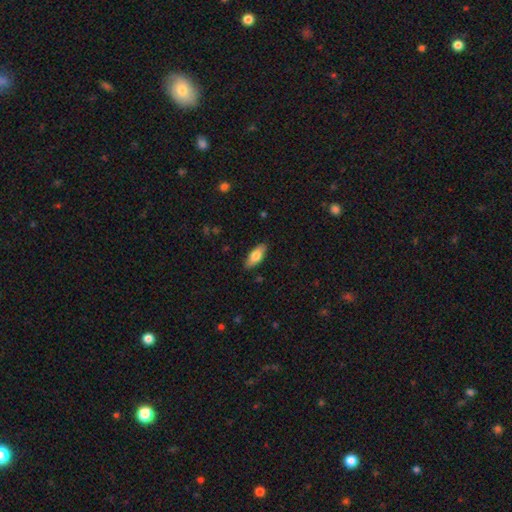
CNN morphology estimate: A smooth galaxy with no disk features (76%) that is in between round and cigar-shaped (79%).

Vote fractions:
- Smooth or featured? smooth: 76% / featured or disk: 18% / star or artifact: 6%
- How rounded? in between: 79% / cigar-shaped: 19% / round: 2%
- Merging? none: 87% / minor disturbance: 10% / major disturbance: 2% / merger: 1%